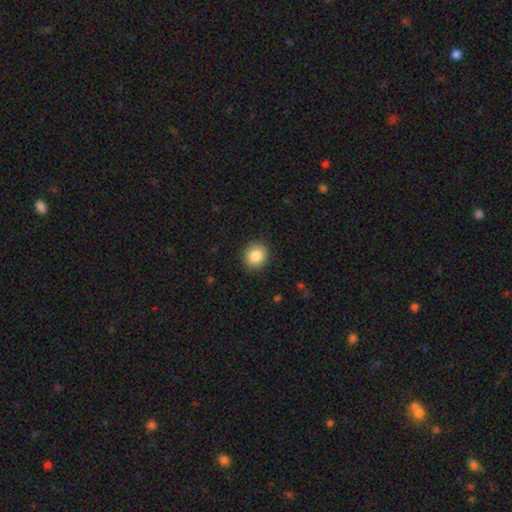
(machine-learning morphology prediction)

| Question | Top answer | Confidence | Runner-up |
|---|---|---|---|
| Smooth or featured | smooth | 86% | star or artifact (9%) |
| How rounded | round | 77% | in between (22%) |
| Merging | none | 90% | minor disturbance (7%) |